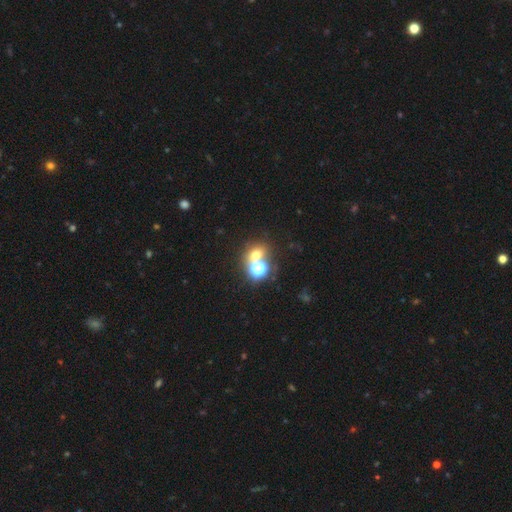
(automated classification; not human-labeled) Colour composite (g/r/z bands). It shows a smooth galaxy with no disk features (55%) that is round (70%). Merging: none (54%).